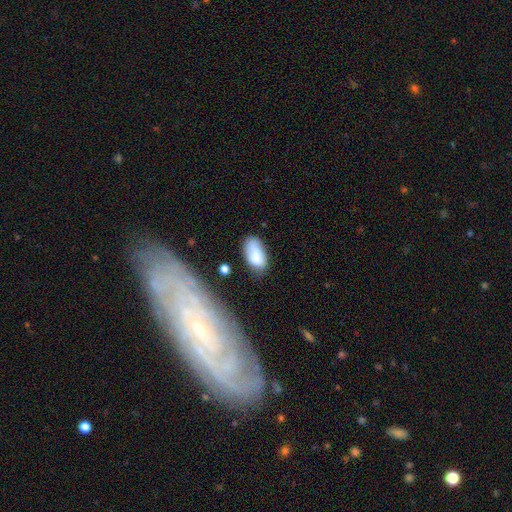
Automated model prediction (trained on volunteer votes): Smooth or featured: smooth — 79% (featured or disk — 13%)
How rounded: in between — 93% (round — 4%)
Merging: none — 55% (minor disturbance — 30%)